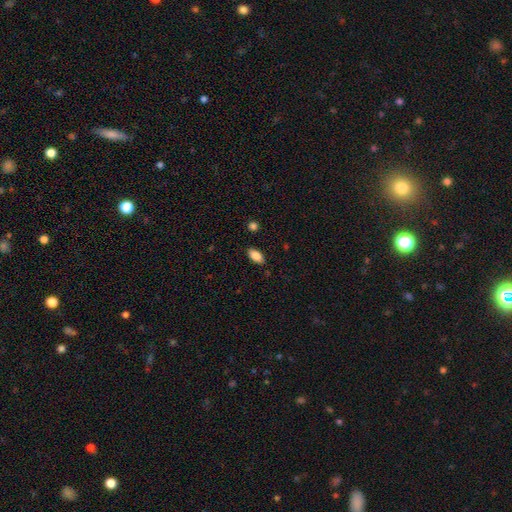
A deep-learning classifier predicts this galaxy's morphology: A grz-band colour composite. It shows a smooth galaxy with no disk features (86%) that is in between round and cigar-shaped (91%). Merging: none (86%).